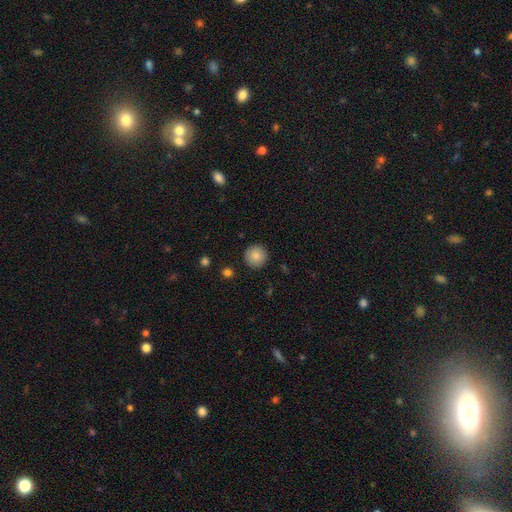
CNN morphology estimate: type=smooth (87%); roundness=round (95%); merging=none (91%).